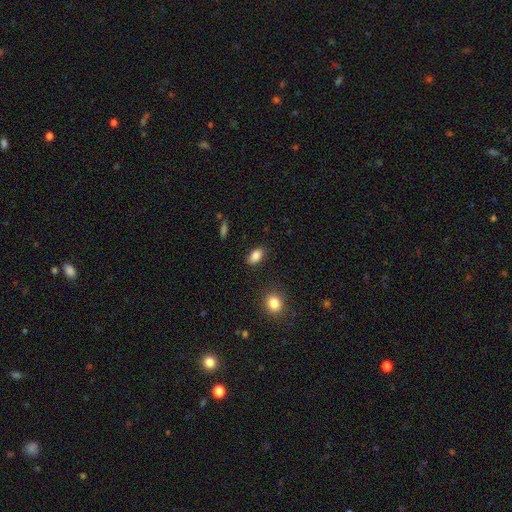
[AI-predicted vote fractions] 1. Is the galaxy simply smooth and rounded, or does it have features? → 86% smooth, 9% star or artifact, 5% featured or disk.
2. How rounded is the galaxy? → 90% in between, 7% round, 3% cigar-shaped.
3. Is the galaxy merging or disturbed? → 83% none, 12% minor disturbance, 3% major disturbance, 2% merger.